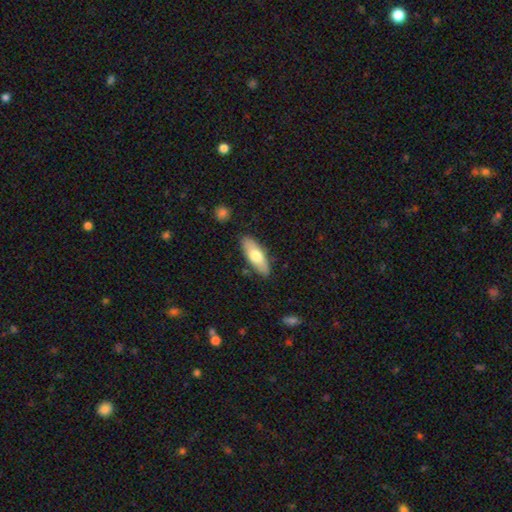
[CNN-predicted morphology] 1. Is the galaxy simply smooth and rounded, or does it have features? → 67% smooth, 28% featured or disk, 6% star or artifact.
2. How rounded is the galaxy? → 70% in between, 28% cigar-shaped, 2% round.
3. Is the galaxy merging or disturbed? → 85% none, 11% minor disturbance, 2% major disturbance, 2% merger.